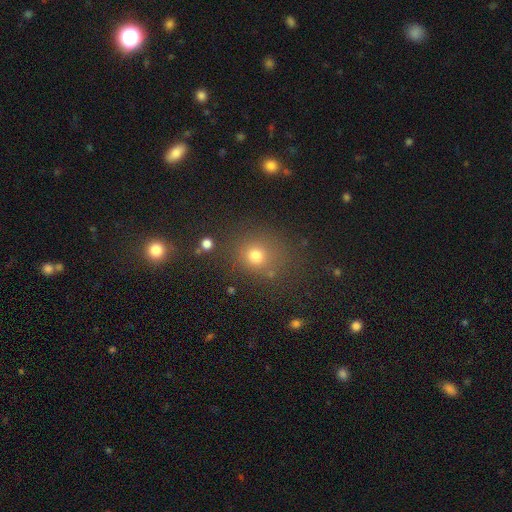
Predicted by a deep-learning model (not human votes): Smooth or featured: smooth — 73% (star or artifact — 19%)
How rounded: round — 79% (in between — 20%)
Merging: none — 77% (minor disturbance — 12%)